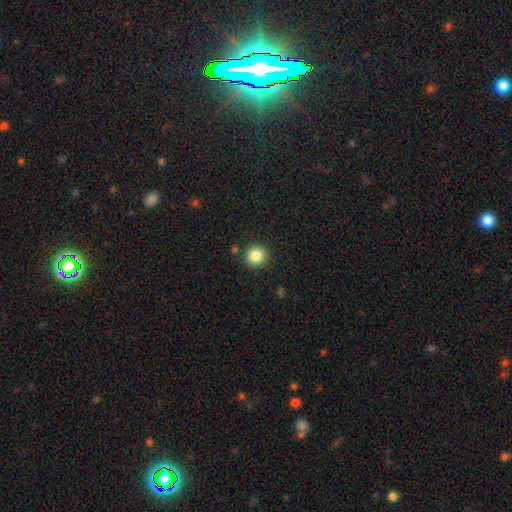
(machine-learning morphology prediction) Smooth or featured?
  - smooth: 85% *
  - star or artifact: 10%
  - featured or disk: 5%
How rounded?
  - round: 94% *
  - in between: 5%
  - cigar-shaped: 1%
Merging?
  - none: 89% *
  - minor disturbance: 6%
  - merger: 2%
  - major disturbance: 2%